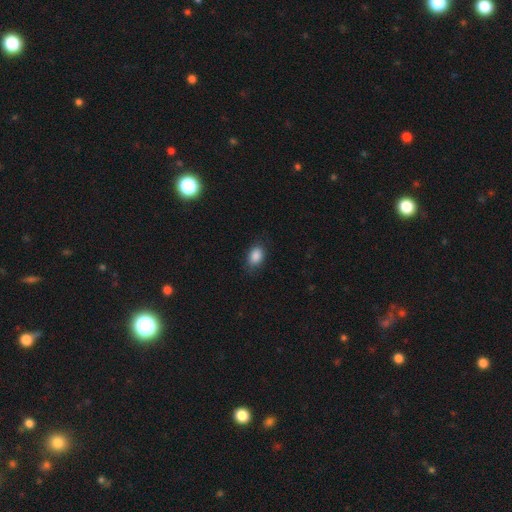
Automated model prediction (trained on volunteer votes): smooth-or-featured: smooth: 87% | star or artifact: 8% | featured or disk: 5%
  how-rounded: in between: 84% | round: 15% | cigar-shaped: 1%
  merging: none: 79% | minor disturbance: 15% | major disturbance: 4% | merger: 1%